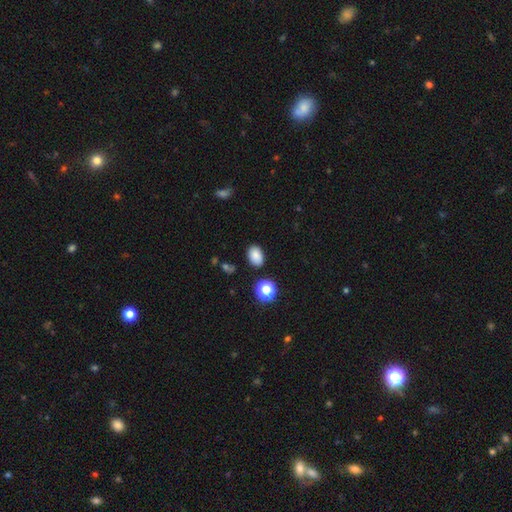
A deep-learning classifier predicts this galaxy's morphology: Overall: smooth (83%). How rounded: in between (79%). Merging: none (84%).